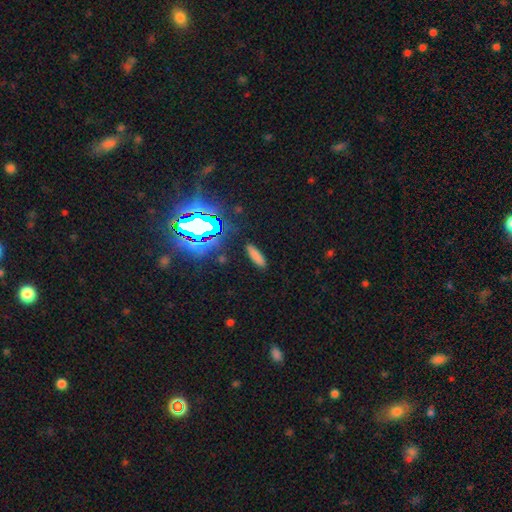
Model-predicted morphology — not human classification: Smooth or featured? smooth (74%)
How rounded? cigar-shaped (57%)
Merging? none (88%)